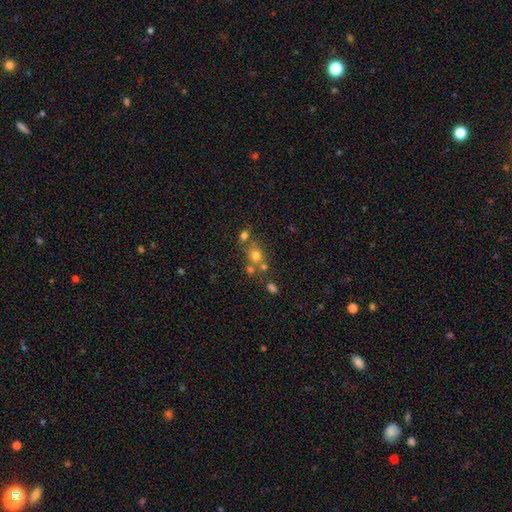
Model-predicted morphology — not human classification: smooth_or_featured: smooth (p=0.68) [alt: star or artifact p=0.18]
how_rounded: round (p=0.77) [alt: in between p=0.22]
merging: none (p=0.52) [alt: merger p=0.32]